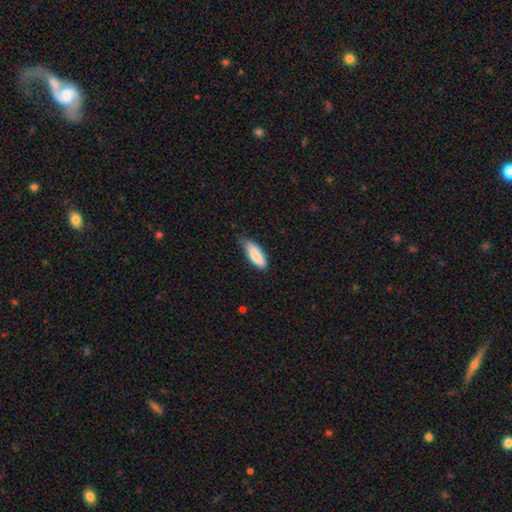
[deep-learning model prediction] This is clearly a smooth galaxy (84%). How rounded: likely in between (68%). Merging: possibly none (56%).